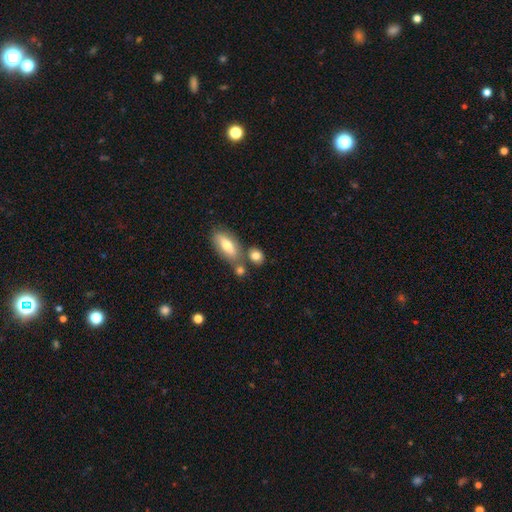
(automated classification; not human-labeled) Morphology: type=smooth (79%); roundness=in between (50%); merging=none (60%).